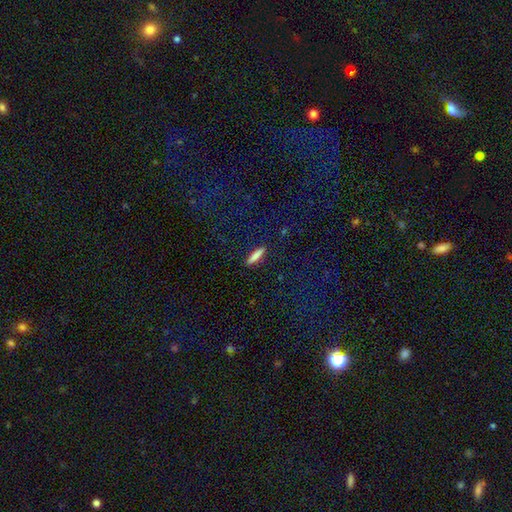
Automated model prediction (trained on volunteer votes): Smooth or featured? Predicted: smooth (p=0.77). How rounded? Predicted: cigar-shaped (p=0.84). Merging? Predicted: none (p=0.90).